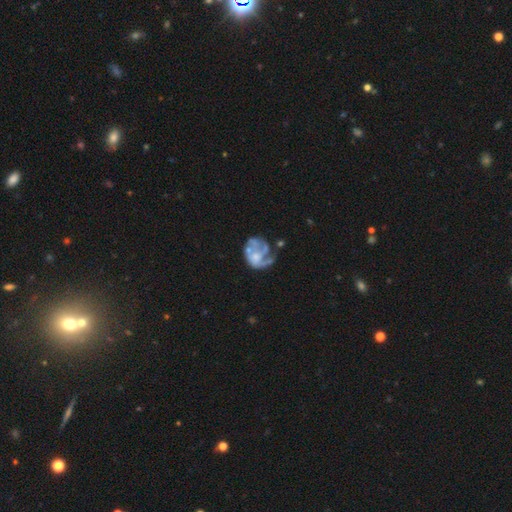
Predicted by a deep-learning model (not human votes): Smooth or featured? Predicted: featured or disk (p=0.68). Edge-on disk? Predicted: no (p=0.98). Bar? Predicted: no (p=0.84). Spiral arms? Predicted: no (p=0.53). Bulge size? Predicted: none (p=0.34). Merging? Predicted: none (p=0.36).